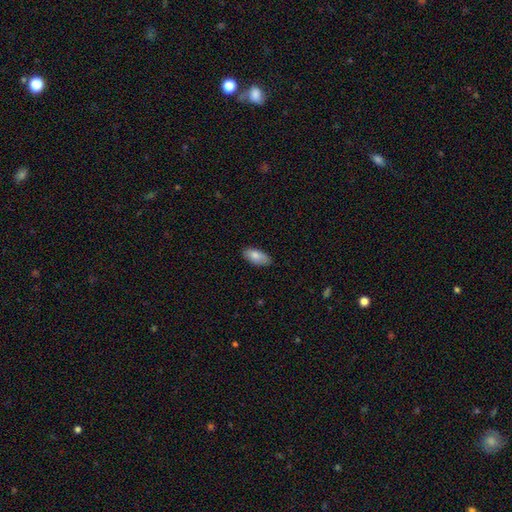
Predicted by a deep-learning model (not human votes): smooth_or_featured: smooth (p=0.83) [alt: featured or disk p=0.11]
how_rounded: in between (p=0.91) [alt: cigar-shaped p=0.07]
merging: none (p=0.84) [alt: minor disturbance p=0.13]